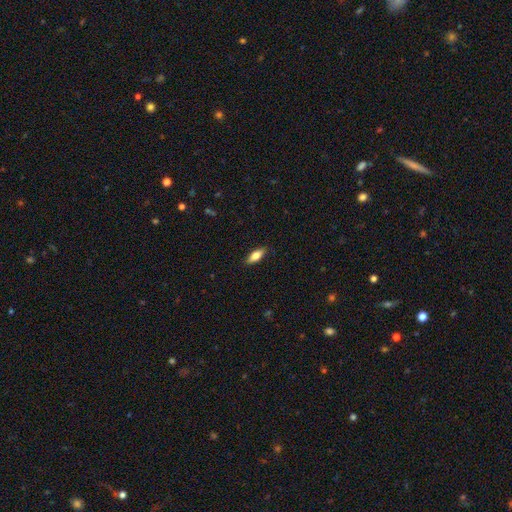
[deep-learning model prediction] This is likely a smooth galaxy (73%). How rounded: likely in between (71%). Merging: clearly none (88%).